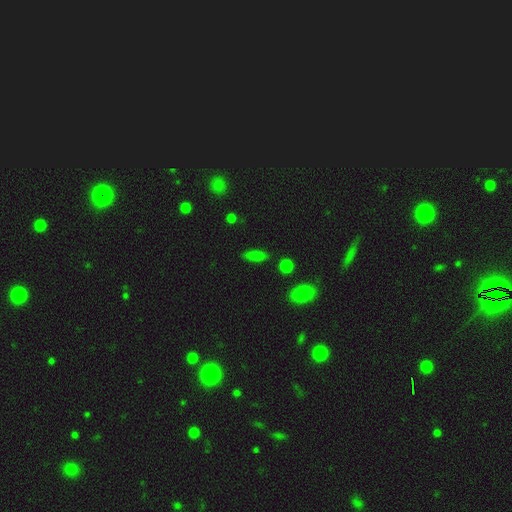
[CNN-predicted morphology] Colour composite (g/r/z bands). It shows a smooth galaxy with no disk features (81%) that is in between round and cigar-shaped (61%). Merging: none (85%).